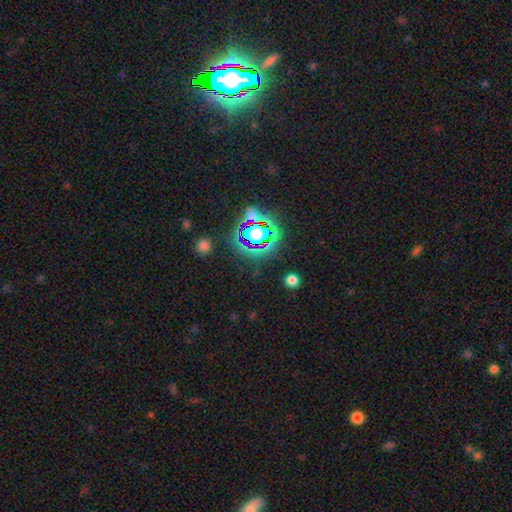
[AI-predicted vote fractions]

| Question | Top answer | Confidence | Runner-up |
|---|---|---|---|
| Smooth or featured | star or artifact | 81% | smooth (11%) |